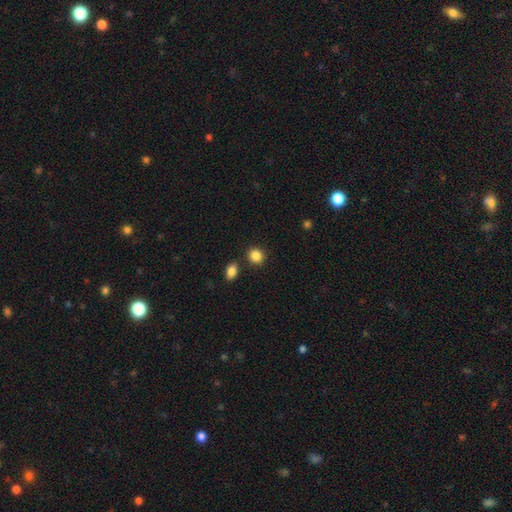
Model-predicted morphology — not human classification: Smooth or featured? Predicted: smooth (p=0.87). How rounded? Predicted: round (p=0.75). Merging? Predicted: none (p=0.82).